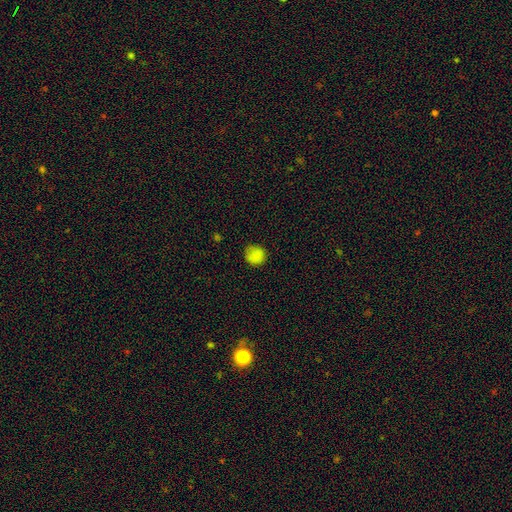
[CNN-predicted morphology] smooth_or_featured: smooth (p=0.84) [alt: star or artifact p=0.11]
how_rounded: round (p=0.88) [alt: in between p=0.11]
merging: none (p=0.79) [alt: minor disturbance p=0.16]